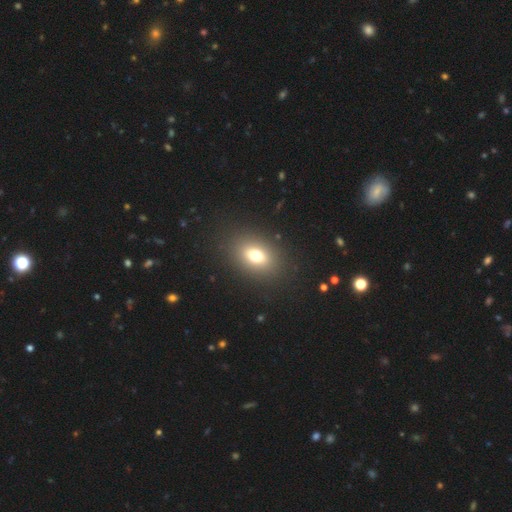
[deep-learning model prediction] This appears to be a smooth galaxy with no disk features (70%) that is in between round and cigar-shaped (71%). Merging: none (88%).